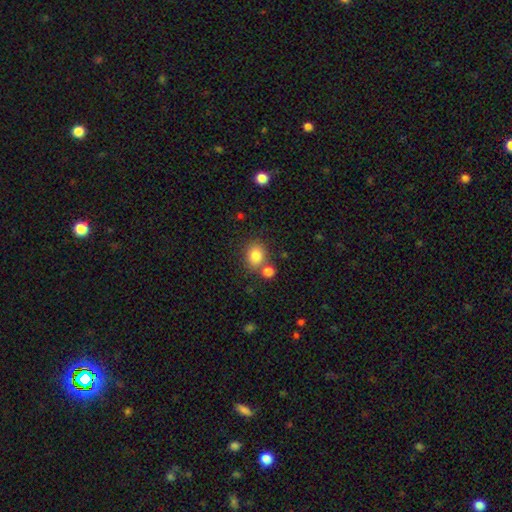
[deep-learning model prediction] Q: Smooth or featured?
A: smooth (82%); runner-up: star or artifact (11%)
Q: How rounded?
A: round (55%); runner-up: in between (44%)
Q: Merging?
A: none (67%); runner-up: merger (18%)